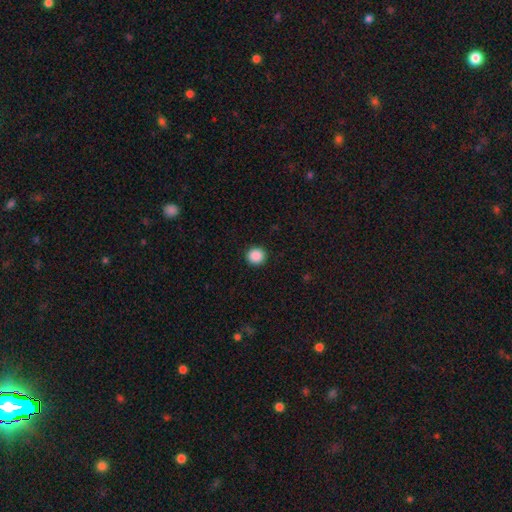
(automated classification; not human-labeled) smooth_or_featured: smooth (p=0.89) [alt: star or artifact p=0.09]
how_rounded: round (p=0.94) [alt: in between p=0.05]
merging: none (p=0.93) [alt: minor disturbance p=0.05]